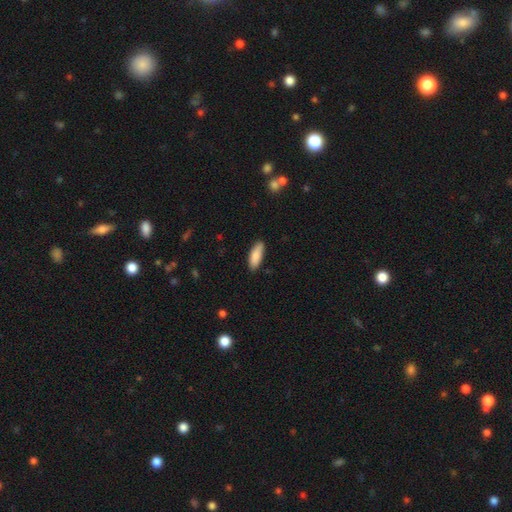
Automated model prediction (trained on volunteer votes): Smooth or featured? smooth (86%)
How rounded? in between (66%)
Merging? none (86%)